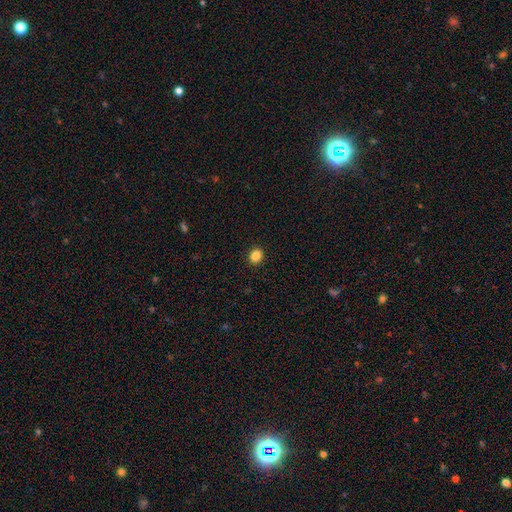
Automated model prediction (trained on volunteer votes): This appears to be a smooth galaxy with no disk features (86%) that is round (62%). Merging: none (92%).